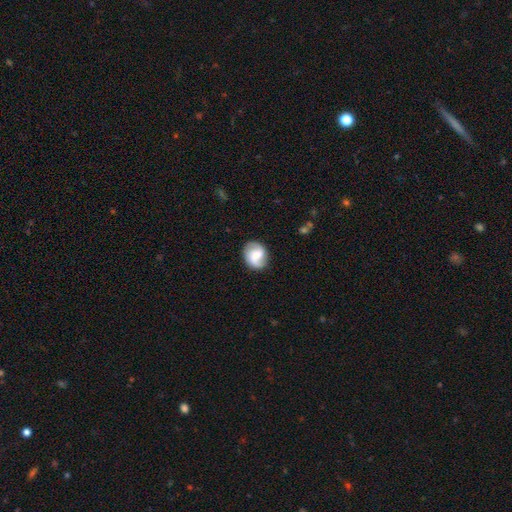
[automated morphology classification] This appears to be a featured or disk galaxy (58%) with a weak bar (47%), 2 (78%) loose (42%) spiral arms (91%) and a moderate central bulge (33%). Merging: none (76%).